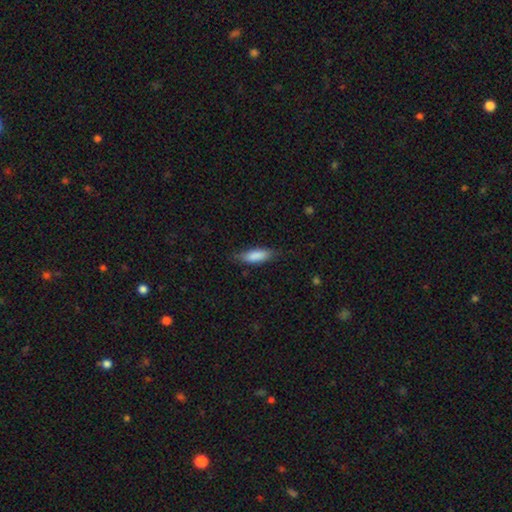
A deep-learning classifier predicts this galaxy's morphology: A smooth galaxy with no disk features (84%) that is in between round and cigar-shaped (54%).

Vote fractions:
- Smooth or featured? smooth: 84% / featured or disk: 10% / star or artifact: 6%
- How rounded? in between: 54% / cigar-shaped: 44% / round: 2%
- Merging? none: 75% / minor disturbance: 19% / major disturbance: 4% / merger: 1%